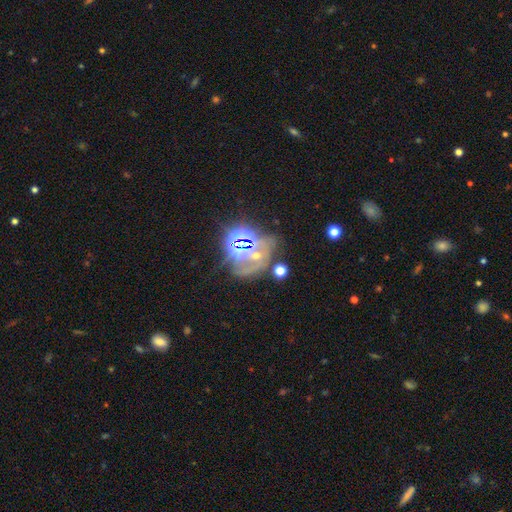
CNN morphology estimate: smooth_or_featured: star or artifact (p=0.61) [alt: featured or disk p=0.23]